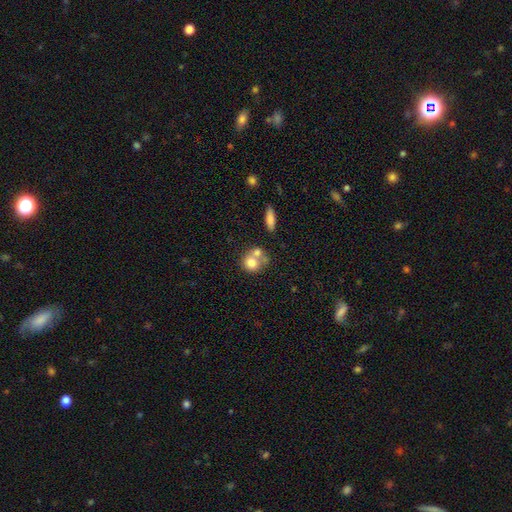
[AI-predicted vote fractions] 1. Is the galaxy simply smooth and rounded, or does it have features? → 70% smooth, 20% featured or disk, 9% star or artifact.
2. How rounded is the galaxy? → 74% round, 25% in between, 1% cigar-shaped.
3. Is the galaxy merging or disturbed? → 56% merger, 31% none, 9% minor disturbance, 5% major disturbance.